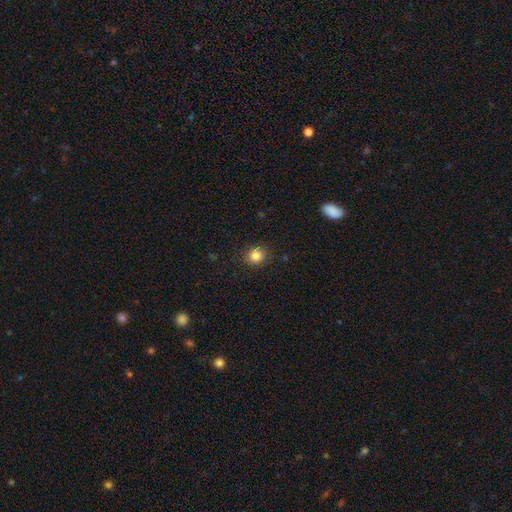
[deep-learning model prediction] Q: Smooth or featured?
A: smooth (84%); runner-up: star or artifact (11%)
Q: How rounded?
A: round (85%); runner-up: in between (14%)
Q: Merging?
A: none (88%); runner-up: minor disturbance (9%)